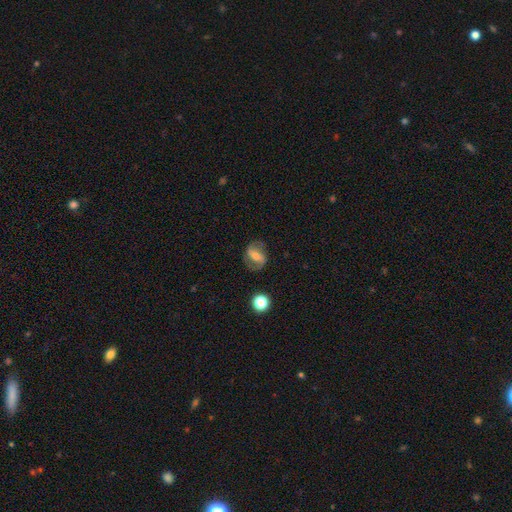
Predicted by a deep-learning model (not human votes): This is likely a featured or disk galaxy (66%). It is clearly not viewed edge-on (96%). Bar: possibly strong (52%). Spiral arm pattern: clearly yes (85%). Spiral arm count: clearly 2 (86%). Spiral winding: possibly medium (47%). Central bulge: marginally moderate (42%). Merging: likely none (75%).